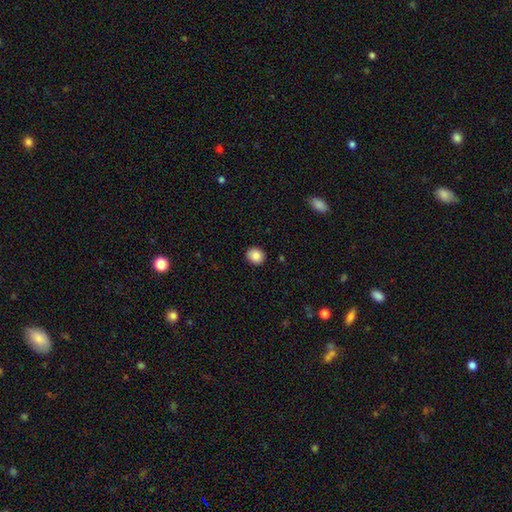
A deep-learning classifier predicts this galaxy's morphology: The model was most divided on "how rounded": round: 77%, in between: 22%, cigar-shaped: 1%. More confident: merging — none (90%); smooth or featured — smooth (86%).